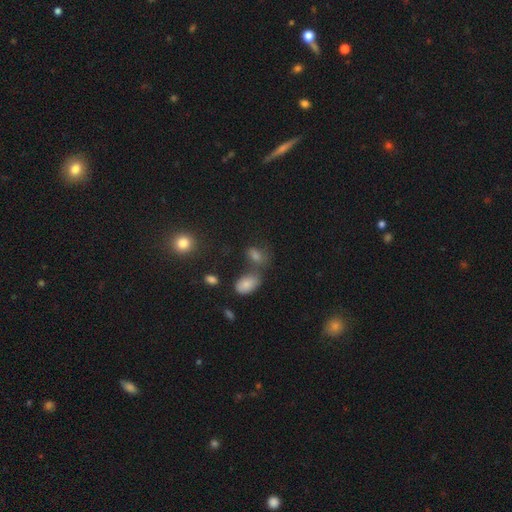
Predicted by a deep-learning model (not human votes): Smooth or featured? smooth (65%)
How rounded? in between (79%)
Merging? none (48%)